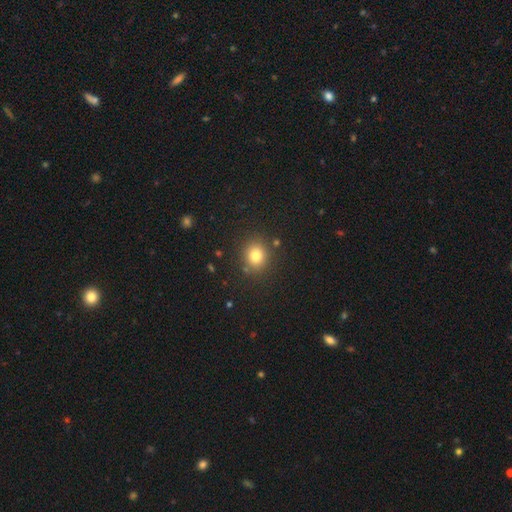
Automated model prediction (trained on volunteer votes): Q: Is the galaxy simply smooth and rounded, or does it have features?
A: smooth — 79%.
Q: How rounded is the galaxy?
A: round — 79%.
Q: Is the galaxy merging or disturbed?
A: none — 85%.